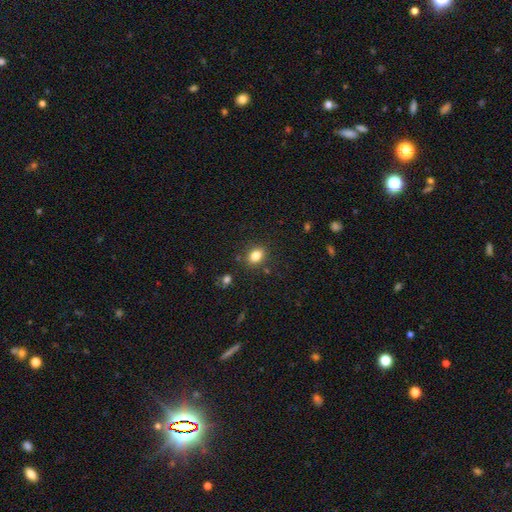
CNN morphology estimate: type=smooth (83%); roundness=in between (68%); merging=none (84%).